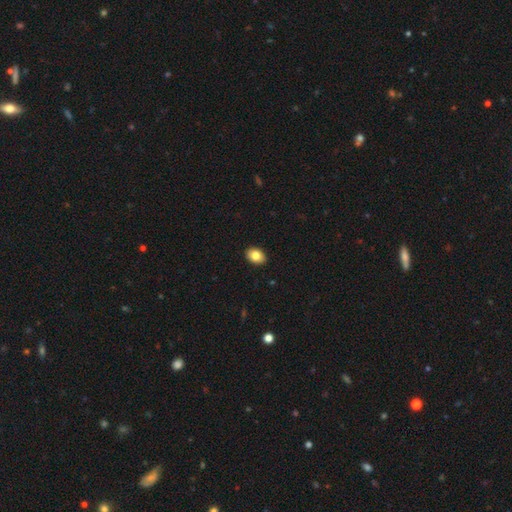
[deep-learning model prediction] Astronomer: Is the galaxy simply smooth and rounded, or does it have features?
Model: smooth — 83%.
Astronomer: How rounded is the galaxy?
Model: in between — 72%.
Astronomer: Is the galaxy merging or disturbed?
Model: none — 91%.